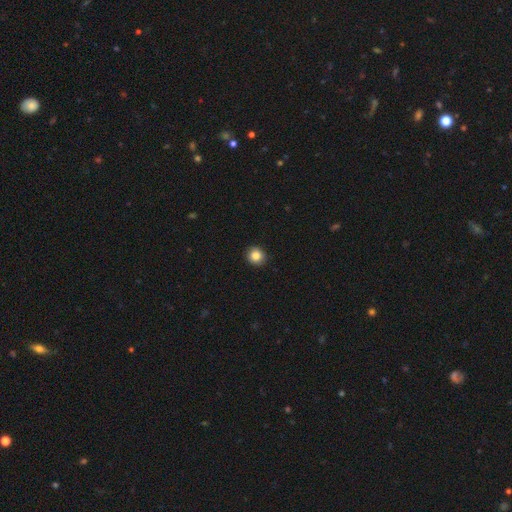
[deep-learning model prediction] Smooth or featured: smooth — 85% (star or artifact — 10%)
How rounded: round — 89% (in between — 10%)
Merging: none — 92% (minor disturbance — 5%)